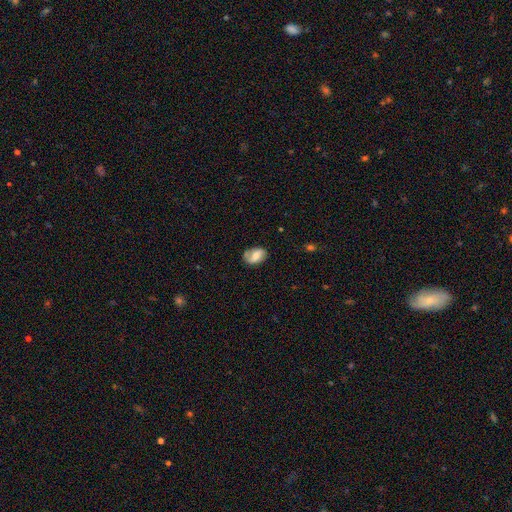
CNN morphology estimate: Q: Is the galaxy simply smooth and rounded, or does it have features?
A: smooth — 62%.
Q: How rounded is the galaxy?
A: in between — 85%.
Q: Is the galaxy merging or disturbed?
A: none — 60%.